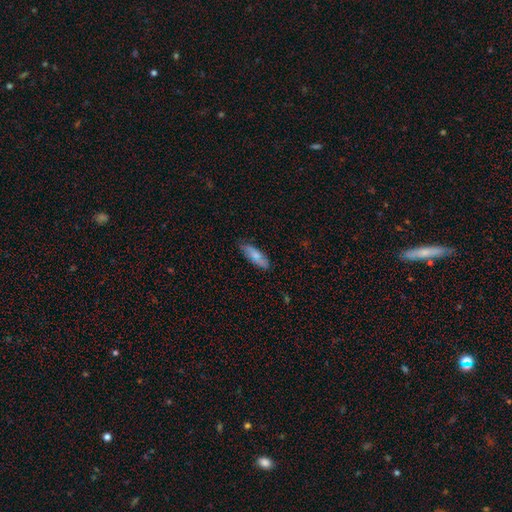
A smooth galaxy with no disk features (89%) that is in between round and cigar-shaped (88%).

Vote fractions:
- Smooth or featured? smooth: 89% / featured or disk: 5% / star or artifact: 5%
- How rounded? in between: 88% / cigar-shaped: 12% / round: 0%
- Merging? none: 86% / minor disturbance: 14% / major disturbance: 0% / merger: 0%